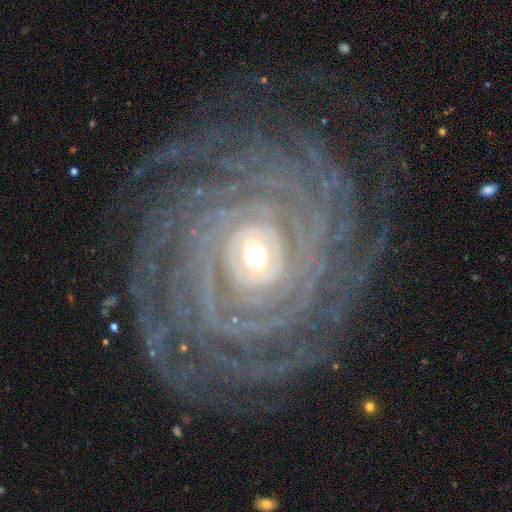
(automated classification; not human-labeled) Q: Smooth or featured?
A: featured or disk (91%); runner-up: star or artifact (5%)
Q: Edge-on disk?
A: no (97%); runner-up: yes (3%)
Q: Bar?
A: no (48%); runner-up: weak (33%)
Q: Spiral arms?
A: yes (98%); runner-up: no (2%)
Q: Spiral winding?
A: tight (88%); runner-up: medium (9%)
Q: Spiral arm count?
A: more than 4 (34%); runner-up: can't tell (22%)
Q: Bulge size?
A: moderate (52%); runner-up: small (42%)
Q: Merging?
A: none (80%); runner-up: minor disturbance (12%)